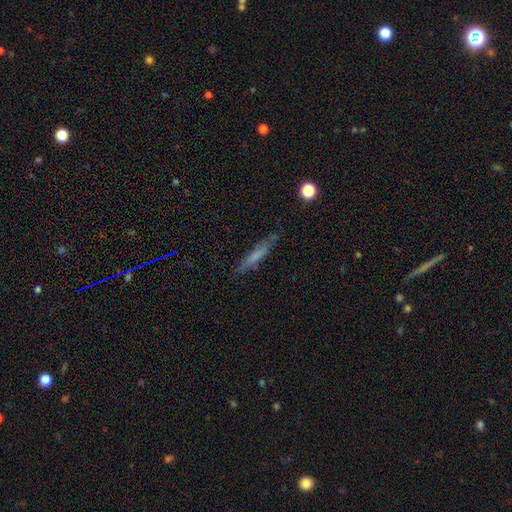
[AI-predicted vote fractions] A smooth galaxy with no disk features (60%) that is cigar-shaped (90%).

Vote fractions:
- Smooth or featured? smooth: 60% / featured or disk: 32% / star or artifact: 8%
- How rounded? cigar-shaped: 90% / in between: 8% / round: 2%
- Merging? none: 80% / minor disturbance: 15% / major disturbance: 4% / merger: 2%